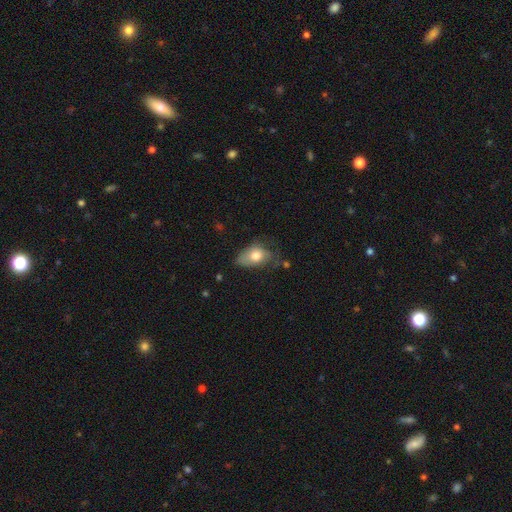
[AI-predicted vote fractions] This appears to be a smooth galaxy with no disk features (73%) that is in between round and cigar-shaped (83%). Merging: minor disturbance (38%, tied with none).